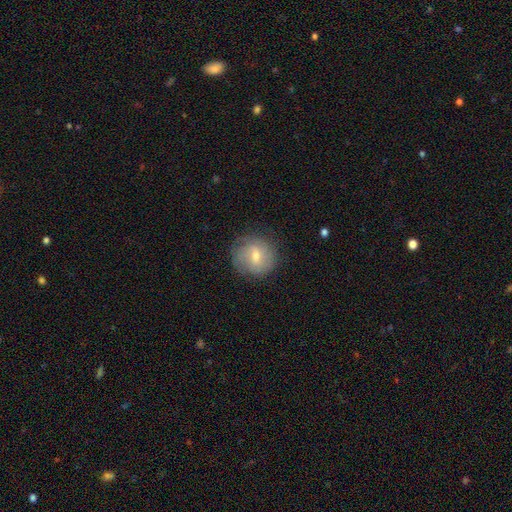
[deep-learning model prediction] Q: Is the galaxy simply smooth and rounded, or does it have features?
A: smooth — 56%.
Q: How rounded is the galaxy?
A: round — 88%.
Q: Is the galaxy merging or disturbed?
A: none — 78%.